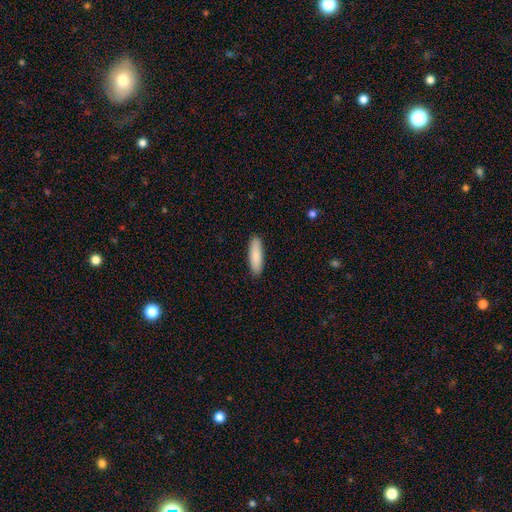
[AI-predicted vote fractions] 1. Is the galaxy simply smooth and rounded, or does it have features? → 87% smooth, 7% featured or disk, 6% star or artifact.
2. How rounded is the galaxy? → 66% cigar-shaped, 33% in between, 1% round.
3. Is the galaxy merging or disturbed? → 90% none, 7% minor disturbance, 2% major disturbance, 1% merger.